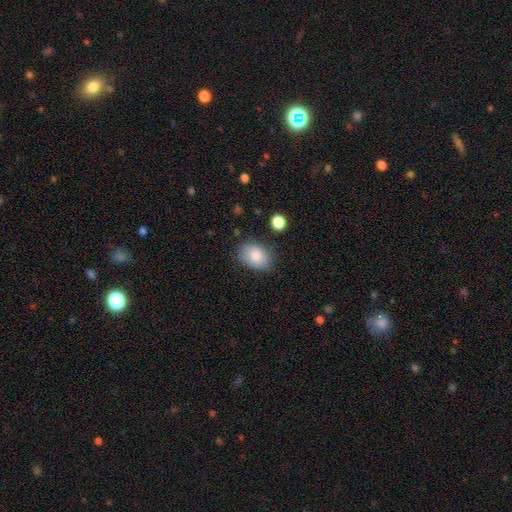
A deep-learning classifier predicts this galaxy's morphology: type=smooth (84%); roundness=in between (76%); merging=none (73%).